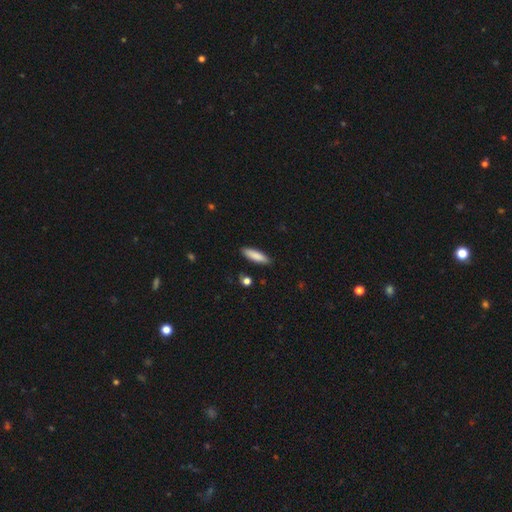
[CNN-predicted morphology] A smooth galaxy with no disk features (86%) that is cigar-shaped (66%).

Vote fractions:
- Smooth or featured? smooth: 86% / featured or disk: 8% / star or artifact: 6%
- How rounded? cigar-shaped: 66% / in between: 32% / round: 2%
- Merging? none: 88% / minor disturbance: 9% / major disturbance: 2% / merger: 2%